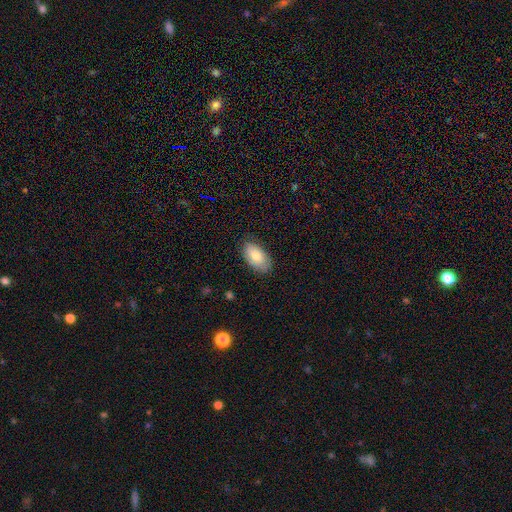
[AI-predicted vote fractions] smooth-or-featured: smooth: 79% | featured or disk: 15% | star or artifact: 6%
  how-rounded: in between: 94% | round: 4% | cigar-shaped: 2%
  merging: none: 80% | minor disturbance: 16% | major disturbance: 3% | merger: 1%